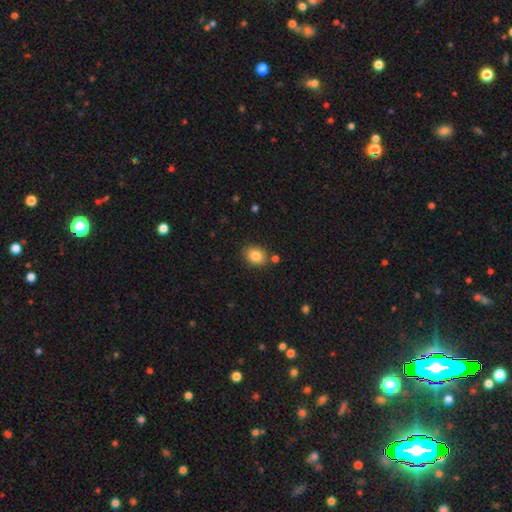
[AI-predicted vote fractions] Overall: smooth (84%). How rounded: in between (60%; round 39%). Merging: none (81%).